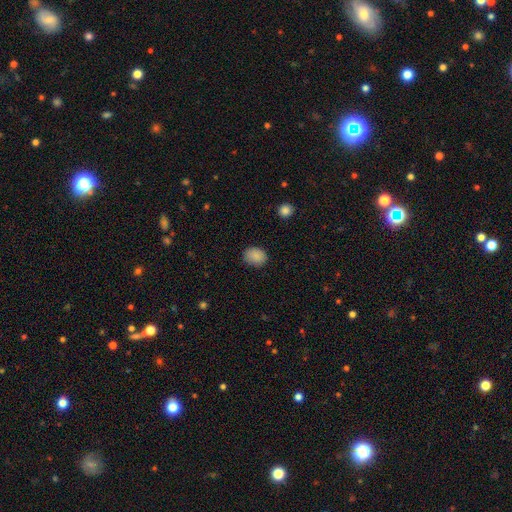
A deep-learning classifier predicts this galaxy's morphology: A smooth galaxy with no disk features (88%) that is in between round and cigar-shaped (54%). Merging: none (84%).